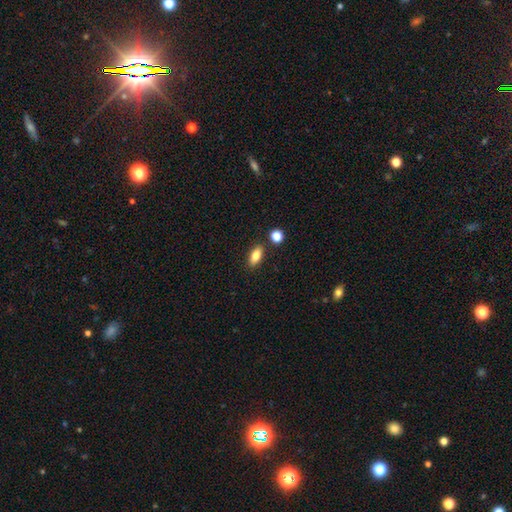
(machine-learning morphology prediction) smooth 81%, featured or disk 11%, star or artifact 8%. Down the decision tree: how rounded — in between (82%); merging — none (84%).